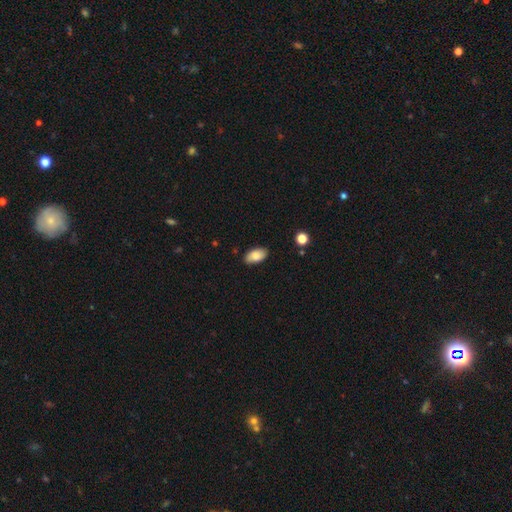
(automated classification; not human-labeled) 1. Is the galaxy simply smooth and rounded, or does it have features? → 83% smooth, 10% featured or disk, 7% star or artifact.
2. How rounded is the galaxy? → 94% in between, 4% round, 2% cigar-shaped.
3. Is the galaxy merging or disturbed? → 85% none, 11% minor disturbance, 2% major disturbance, 1% merger.